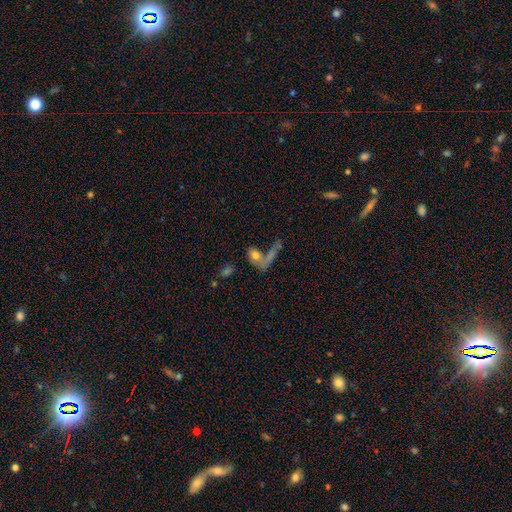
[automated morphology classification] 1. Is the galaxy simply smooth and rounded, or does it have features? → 64% smooth, 25% featured or disk, 11% star or artifact.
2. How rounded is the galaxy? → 72% in between, 19% round, 10% cigar-shaped.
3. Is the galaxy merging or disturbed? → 42% merger, 27% none, 21% major disturbance, 10% minor disturbance.